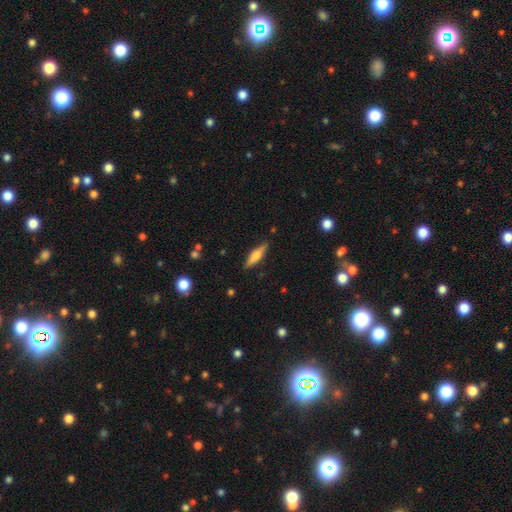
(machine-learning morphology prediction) Smooth or featured: smooth — 48% (featured or disk — 46%)
Merging: none — 88% (minor disturbance — 9%)